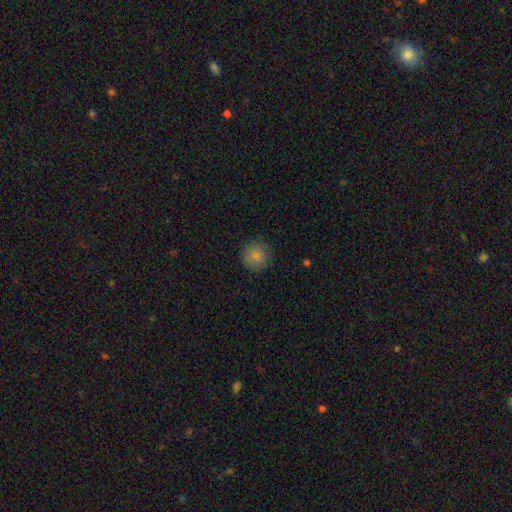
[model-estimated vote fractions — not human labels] smooth 86%, star or artifact 9%, featured or disk 5%. Down the decision tree: how rounded — round (95%); merging — none (89%).